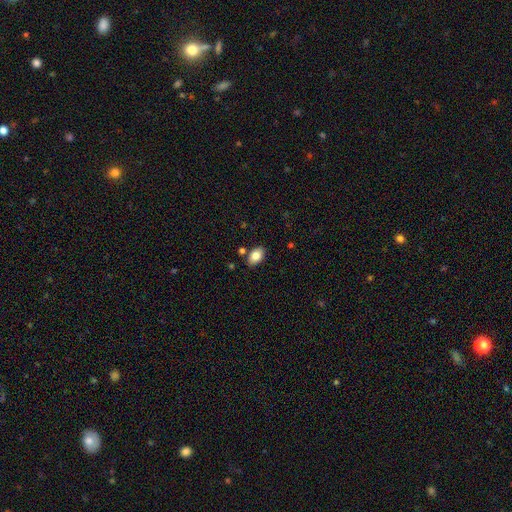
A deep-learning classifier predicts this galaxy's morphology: Overall: smooth (84%). How rounded: in between (89%). Merging: none (82%).